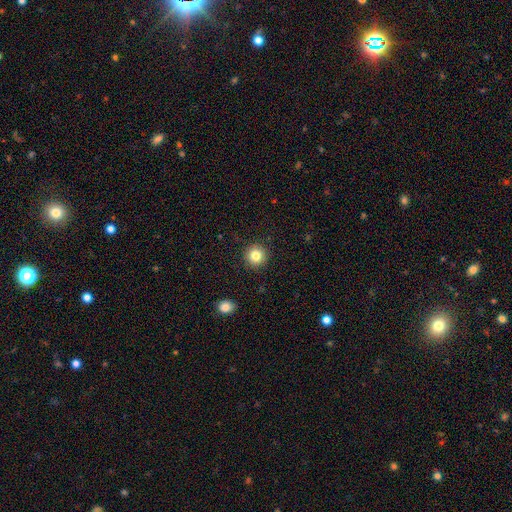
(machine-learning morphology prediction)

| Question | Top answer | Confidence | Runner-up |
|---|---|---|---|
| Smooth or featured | smooth | 83% | star or artifact (11%) |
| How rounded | round | 94% | in between (5%) |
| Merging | none | 91% | minor disturbance (6%) |